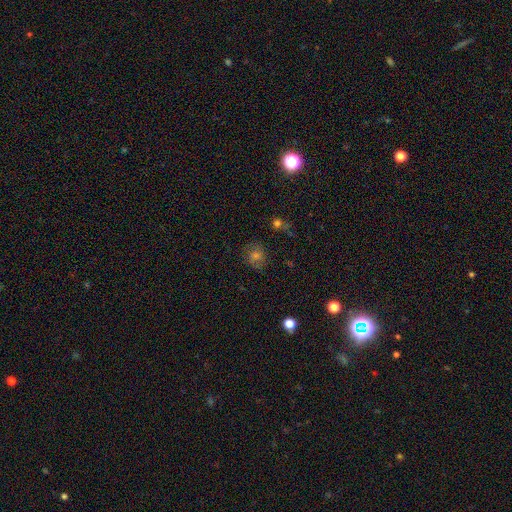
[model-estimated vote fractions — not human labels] smooth_or_featured: smooth (p=0.37) [tied with: featured or disk p=0.37]
merging: none (p=0.77) [alt: minor disturbance p=0.14]